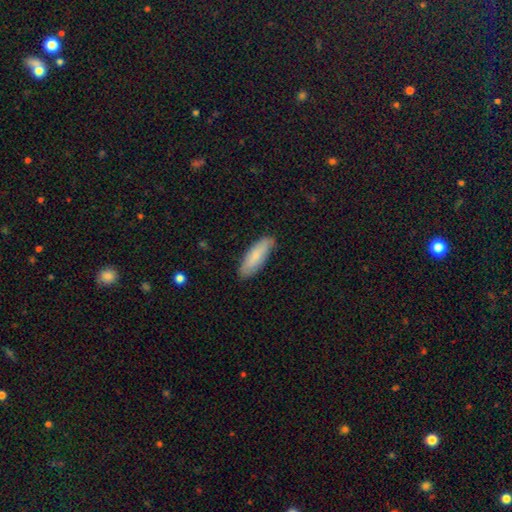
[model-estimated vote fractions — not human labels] This appears to be a smooth galaxy with no disk features (82%) that is in between round and cigar-shaped (53%). Merging: none (84%).